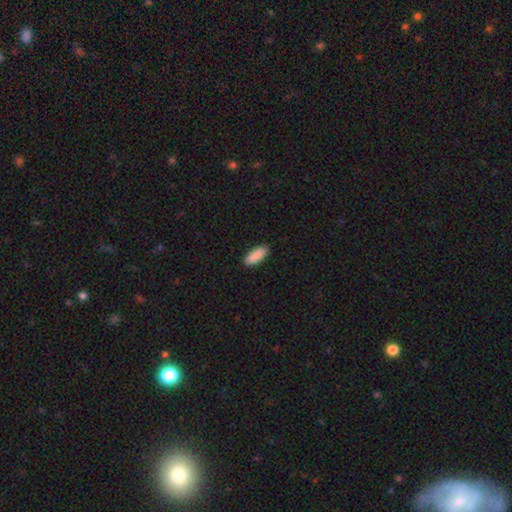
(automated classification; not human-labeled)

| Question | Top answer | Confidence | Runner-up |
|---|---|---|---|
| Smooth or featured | smooth | 91% | star or artifact (6%) |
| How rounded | in between | 80% | cigar-shaped (19%) |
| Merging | none | 90% | minor disturbance (8%) |